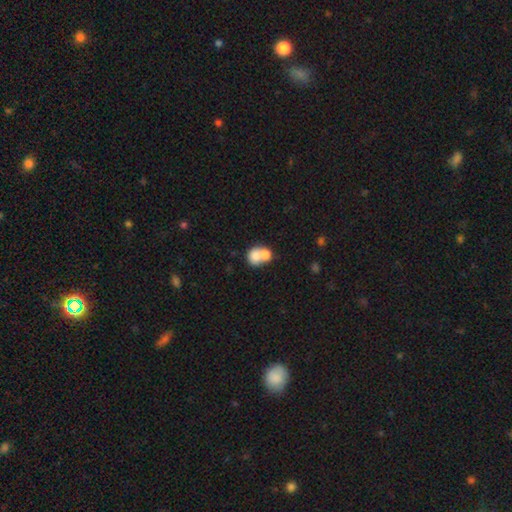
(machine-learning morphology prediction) smooth-or-featured: smooth: 74% | featured or disk: 16% | star or artifact: 9%
  how-rounded: round: 62% | in between: 37% | cigar-shaped: 1%
  merging: merger: 64% | none: 25% | minor disturbance: 7% | major disturbance: 4%